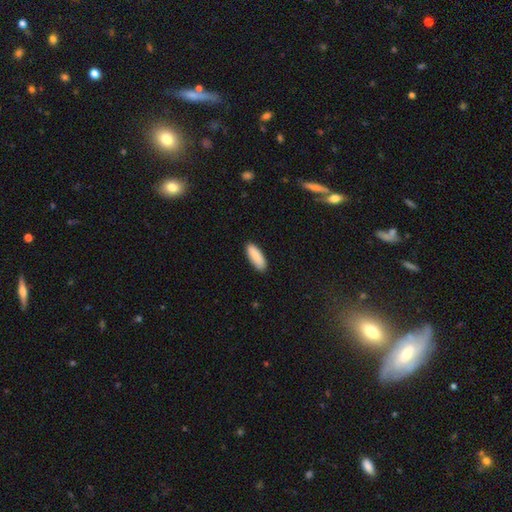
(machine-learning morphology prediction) Smooth or featured?
  - smooth: 88% *
  - featured or disk: 6%
  - star or artifact: 6%
How rounded?
  - in between: 68% *
  - cigar-shaped: 31%
  - round: 2%
Merging?
  - none: 89% *
  - minor disturbance: 9%
  - major disturbance: 2%
  - merger: 1%